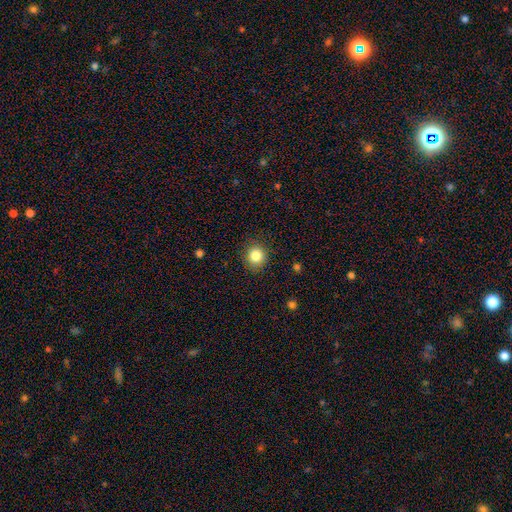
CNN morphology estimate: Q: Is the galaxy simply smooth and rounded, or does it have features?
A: smooth — 84%.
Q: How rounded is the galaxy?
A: round — 87%.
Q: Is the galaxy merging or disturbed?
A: none — 88%.